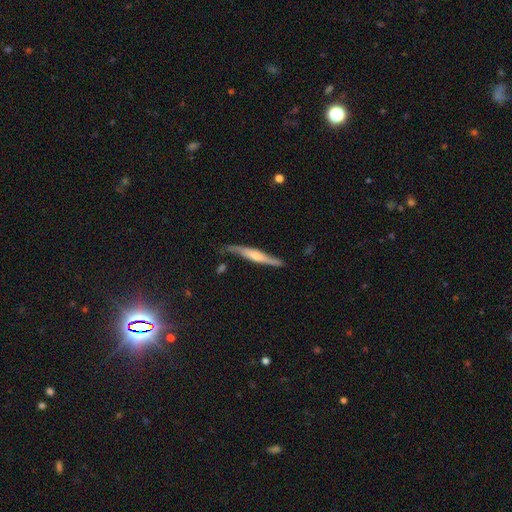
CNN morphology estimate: smooth_or_featured: featured or disk (p=0.57) [alt: smooth p=0.38]
disk_edge_on: yes (p=0.86) [alt: no p=0.14]
merging: none (p=0.70) [alt: minor disturbance p=0.22]